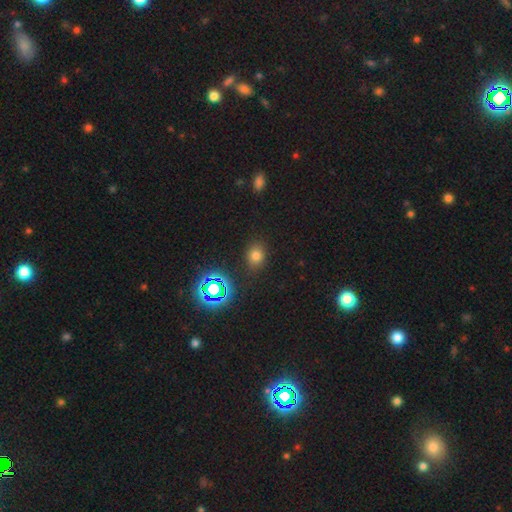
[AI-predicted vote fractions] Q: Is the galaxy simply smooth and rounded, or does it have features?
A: smooth — 70%.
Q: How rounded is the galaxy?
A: round — 51%.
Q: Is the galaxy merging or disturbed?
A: none — 84%.